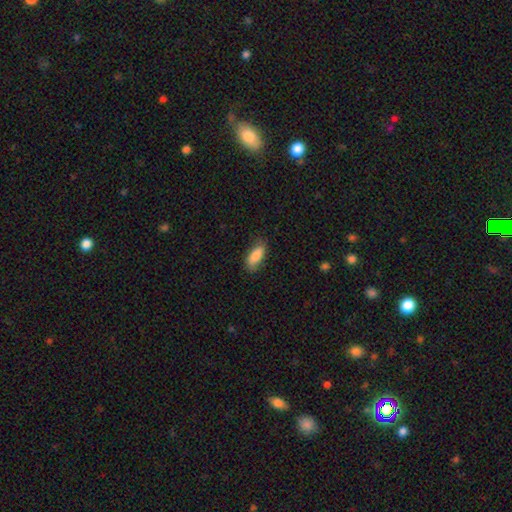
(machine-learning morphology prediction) smooth-or-featured: smooth: 85% | featured or disk: 9% | star or artifact: 6%
  how-rounded: in between: 77% | cigar-shaped: 21% | round: 2%
  merging: none: 76% | minor disturbance: 19% | major disturbance: 4% | merger: 1%